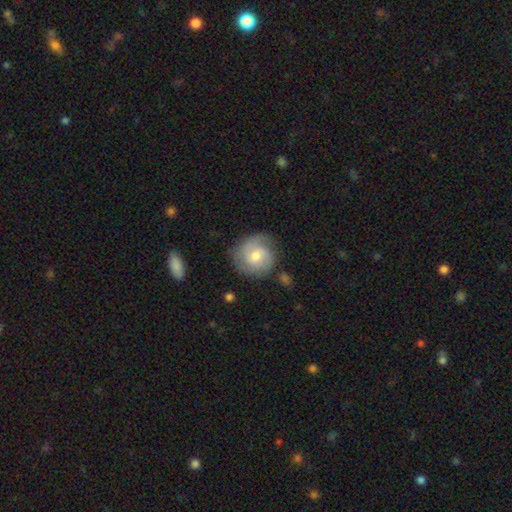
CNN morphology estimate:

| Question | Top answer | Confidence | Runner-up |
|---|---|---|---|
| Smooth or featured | featured or disk | 49% | smooth (44%) |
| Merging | none | 72% | minor disturbance (19%) |